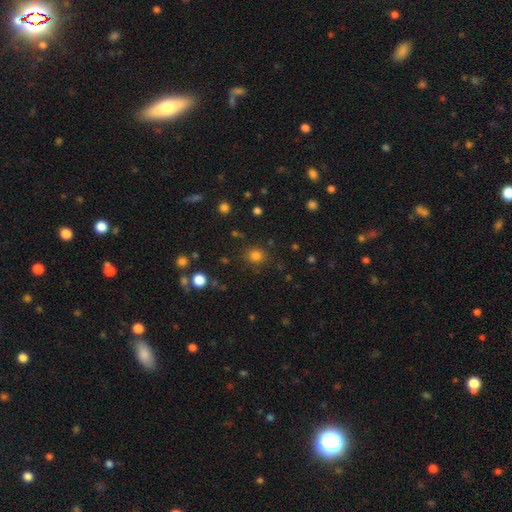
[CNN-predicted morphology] Q: Smooth or featured?
A: smooth (80%); runner-up: star or artifact (15%)
Q: How rounded?
A: round (84%); runner-up: in between (15%)
Q: Merging?
A: none (85%); runner-up: minor disturbance (9%)